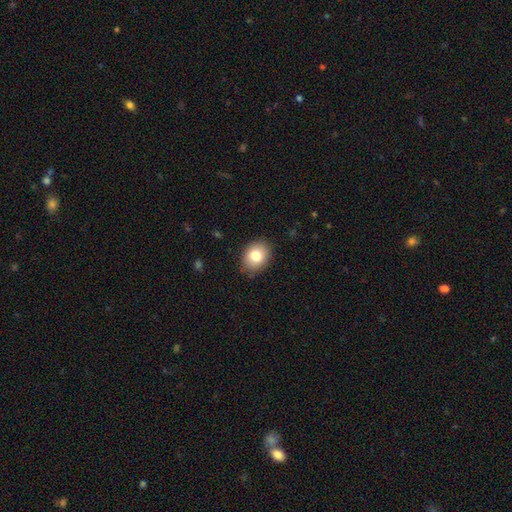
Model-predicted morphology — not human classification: Smooth or featured? Predicted: smooth (p=0.81). How rounded? Predicted: in between (p=0.57). Merging? Predicted: none (p=0.86).